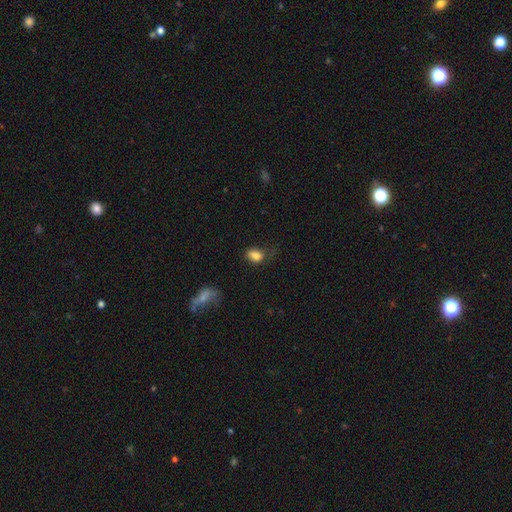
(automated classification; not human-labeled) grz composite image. It shows a smooth galaxy with no disk features (80%) that is in between round and cigar-shaped (74%). Merging: none (43%).